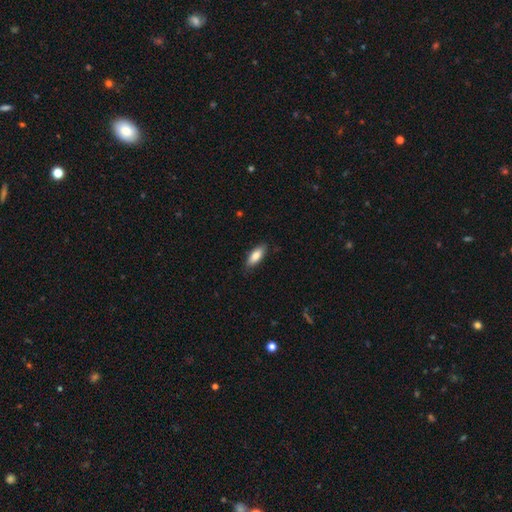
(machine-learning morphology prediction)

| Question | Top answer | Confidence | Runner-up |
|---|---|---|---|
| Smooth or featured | smooth | 81% | featured or disk (13%) |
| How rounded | in between | 73% | cigar-shaped (25%) |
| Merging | none | 84% | minor disturbance (13%) |